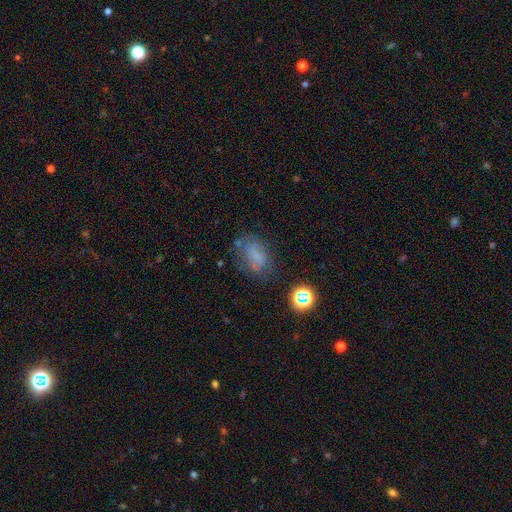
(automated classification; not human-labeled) smooth 58%, featured or disk 23%, star or artifact 19%. Down the decision tree: how rounded — in between (78%); merging — none (57%).